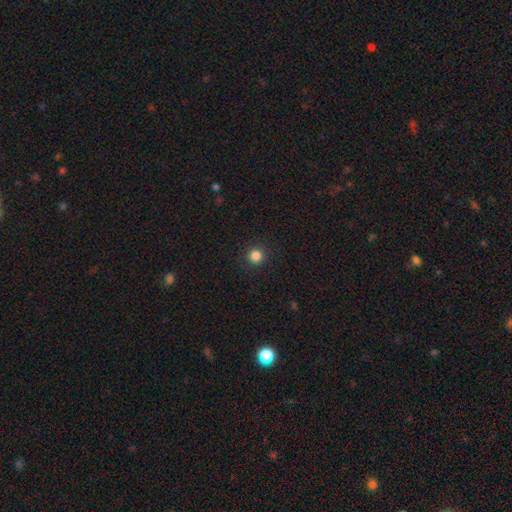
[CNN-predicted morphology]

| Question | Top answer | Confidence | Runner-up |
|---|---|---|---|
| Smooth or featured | smooth | 85% | star or artifact (12%) |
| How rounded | round | 95% | in between (4%) |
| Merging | none | 91% | minor disturbance (6%) |